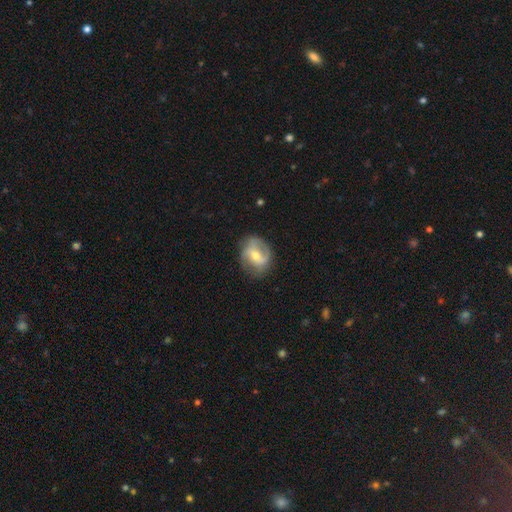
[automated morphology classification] This appears to be a featured or disk galaxy (67%) with a weak bar (47%), 2 (72%) medium (42%) spiral arms (84%) and a moderate central bulge (56%). Merging: none (70%).